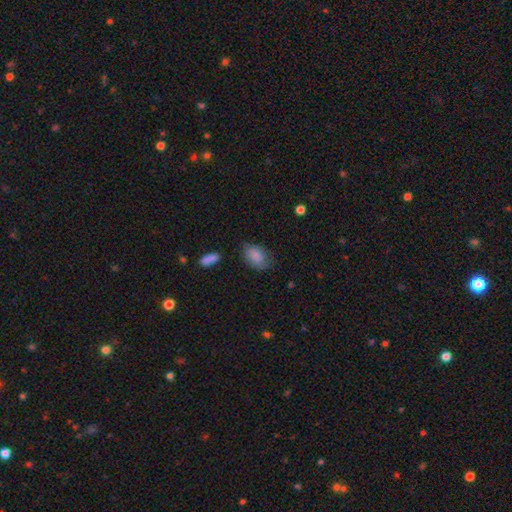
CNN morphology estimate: Smooth or featured? Predicted: smooth (p=0.84). How rounded? Predicted: in between (p=0.86). Merging? Predicted: none (p=0.66).